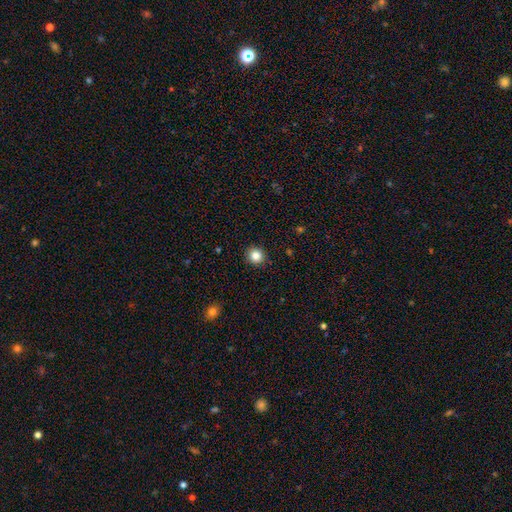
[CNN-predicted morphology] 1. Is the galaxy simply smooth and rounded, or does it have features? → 84% smooth, 11% star or artifact, 5% featured or disk.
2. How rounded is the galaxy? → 89% round, 10% in between, 1% cigar-shaped.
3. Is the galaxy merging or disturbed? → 91% none, 6% minor disturbance, 2% major disturbance, 1% merger.